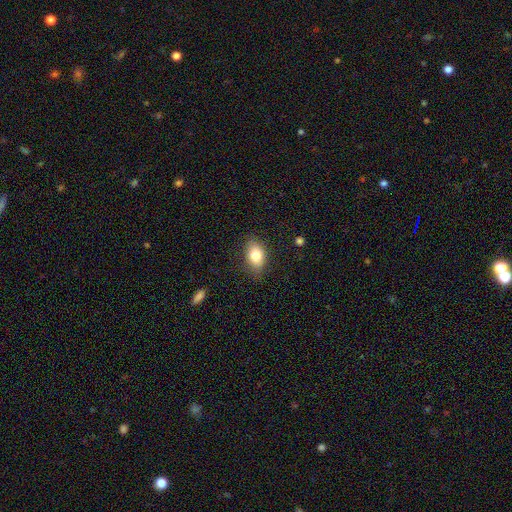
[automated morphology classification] Q: Smooth or featured?
A: smooth (80%); runner-up: featured or disk (12%)
Q: How rounded?
A: in between (85%); runner-up: round (12%)
Q: Merging?
A: none (80%); runner-up: minor disturbance (16%)